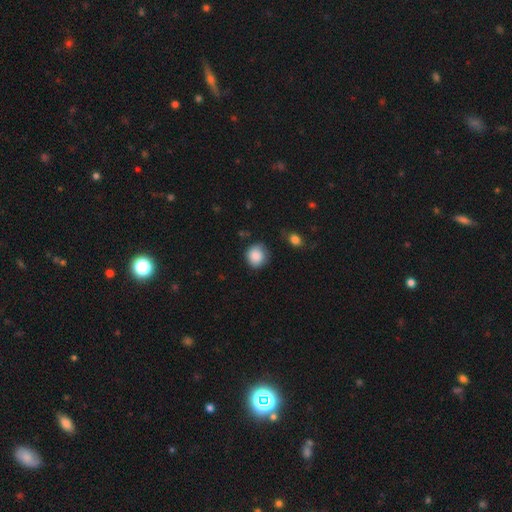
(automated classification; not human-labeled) A smooth galaxy with no disk features (86%) that is round (86%).

Vote fractions:
- Smooth or featured? smooth: 86% / star or artifact: 8% / featured or disk: 6%
- How rounded? round: 86% / in between: 13% / cigar-shaped: 1%
- Merging? none: 74% / minor disturbance: 19% / major disturbance: 4% / merger: 2%